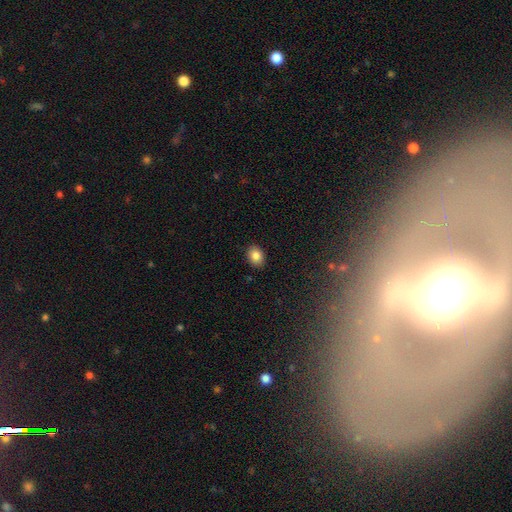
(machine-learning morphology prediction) Q: Smooth or featured?
A: smooth (85%); runner-up: star or artifact (9%)
Q: How rounded?
A: in between (59%); runner-up: round (40%)
Q: Merging?
A: none (89%); runner-up: minor disturbance (8%)